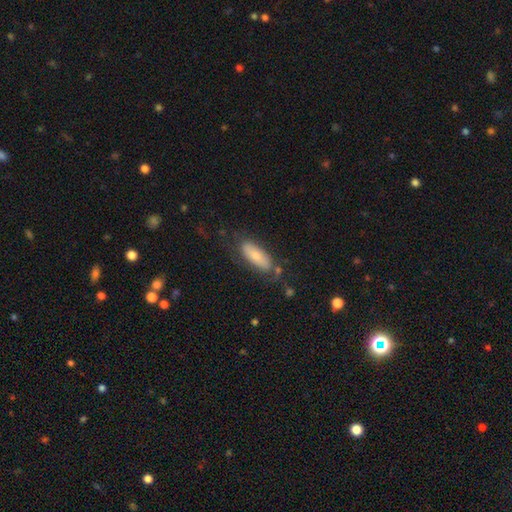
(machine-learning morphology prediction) Smooth or featured: smooth — 71% (featured or disk — 23%)
How rounded: in between — 72% (cigar-shaped — 26%)
Merging: none — 68% (minor disturbance — 21%)